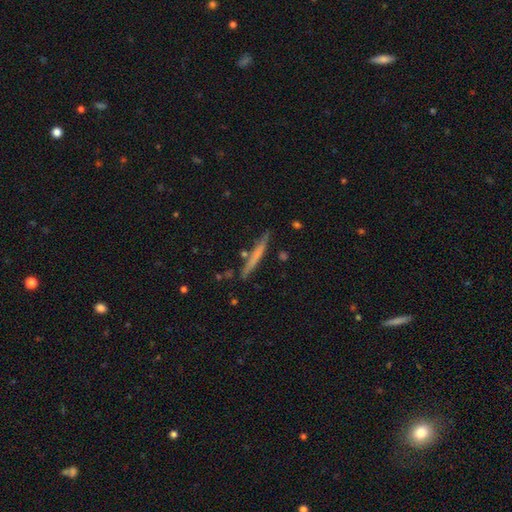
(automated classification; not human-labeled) smooth 56%, featured or disk 38%, star or artifact 6%. Down the decision tree: how rounded — cigar-shaped (96%); merging — none (84%).